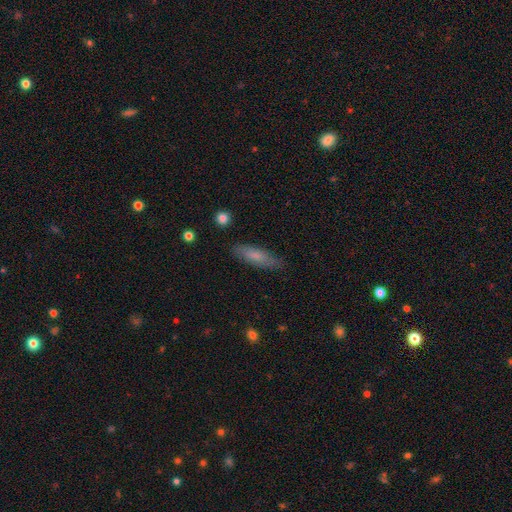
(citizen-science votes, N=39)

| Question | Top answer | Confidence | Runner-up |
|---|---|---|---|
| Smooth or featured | smooth | 77% | featured or disk (21%) |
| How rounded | cigar-shaped | 53% | in between (43%) |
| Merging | none | 82% | minor disturbance (18%) |